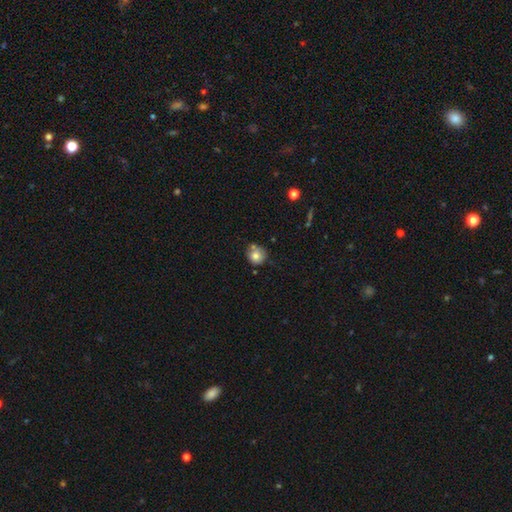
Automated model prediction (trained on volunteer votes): Morphology: type=smooth (77%); roundness=round (88%); merging=none (63%).